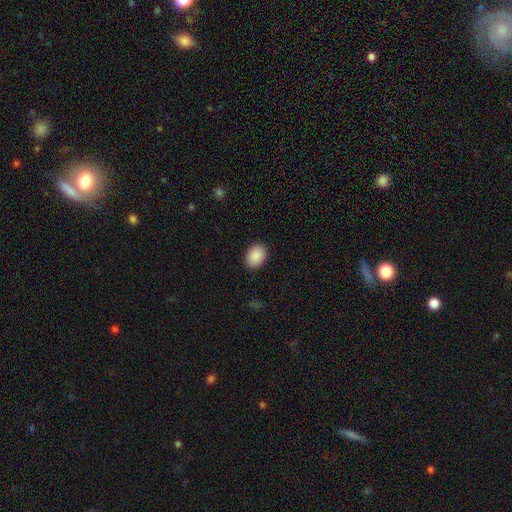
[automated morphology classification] Smooth or featured?
  - smooth: 90% *
  - star or artifact: 7%
  - featured or disk: 3%
How rounded?
  - in between: 70% *
  - round: 29%
  - cigar-shaped: 1%
Merging?
  - none: 89% *
  - minor disturbance: 8%
  - major disturbance: 2%
  - merger: 1%